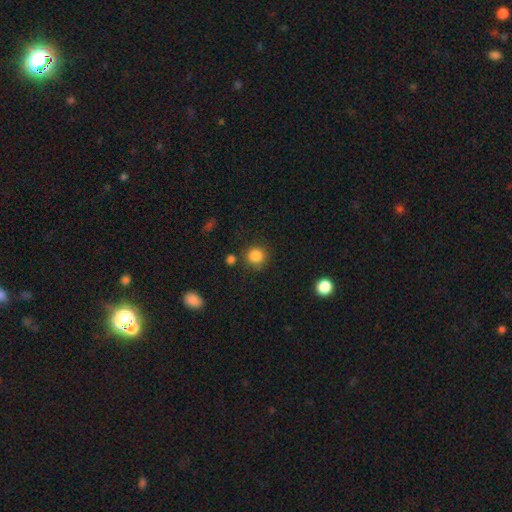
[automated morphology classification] A smooth galaxy with no disk features (85%) that is round (90%).

Vote fractions:
- Smooth or featured? smooth: 85% / star or artifact: 11% / featured or disk: 4%
- How rounded? round: 90% / in between: 9% / cigar-shaped: 1%
- Merging? none: 80% / minor disturbance: 11% / merger: 5% / major disturbance: 4%